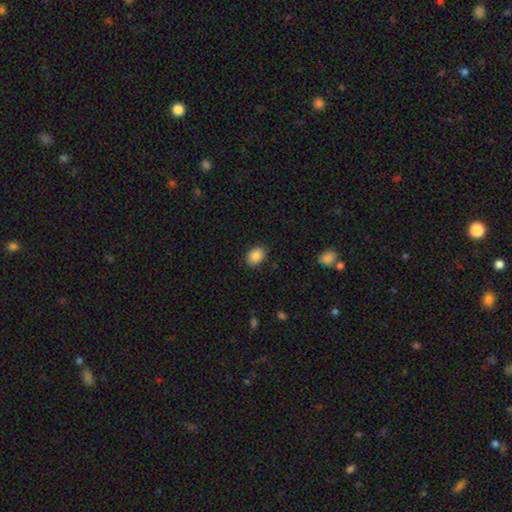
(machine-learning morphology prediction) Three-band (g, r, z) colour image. It shows a smooth galaxy with no disk features (88%) that is in between round and cigar-shaped (72%). Merging: none (87%).